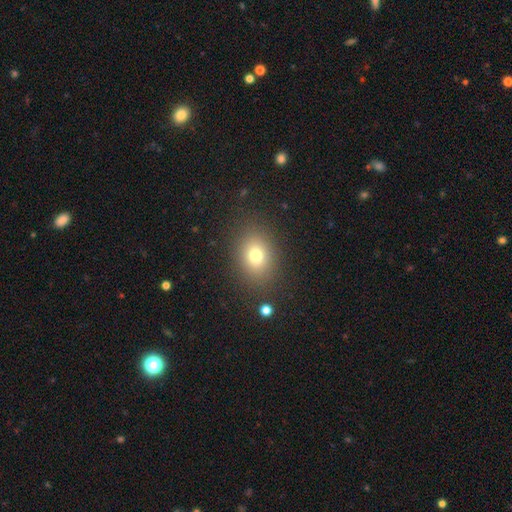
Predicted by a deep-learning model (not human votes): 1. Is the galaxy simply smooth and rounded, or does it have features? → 74% smooth, 15% star or artifact, 11% featured or disk.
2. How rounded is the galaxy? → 54% in between, 45% round, 1% cigar-shaped.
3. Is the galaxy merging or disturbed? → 85% none, 9% minor disturbance, 4% major disturbance, 2% merger.